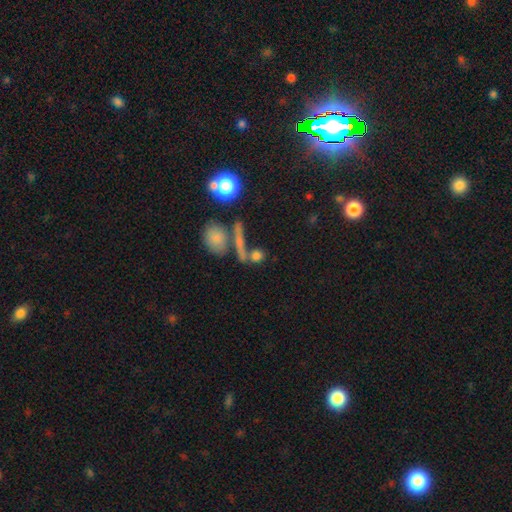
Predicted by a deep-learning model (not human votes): Smooth or featured? star or artifact (50%)